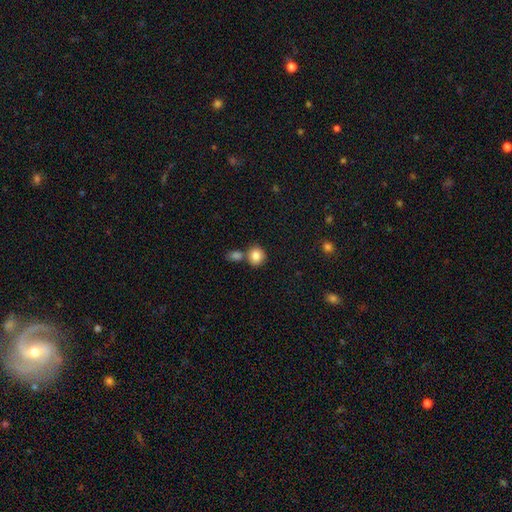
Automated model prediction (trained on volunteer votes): A smooth galaxy with no disk features (84%) that is round (78%).

Vote fractions:
- Smooth or featured? smooth: 84% / star or artifact: 9% / featured or disk: 7%
- How rounded? round: 78% / in between: 21% / cigar-shaped: 1%
- Merging? none: 60% / merger: 26% / minor disturbance: 10% / major disturbance: 3%